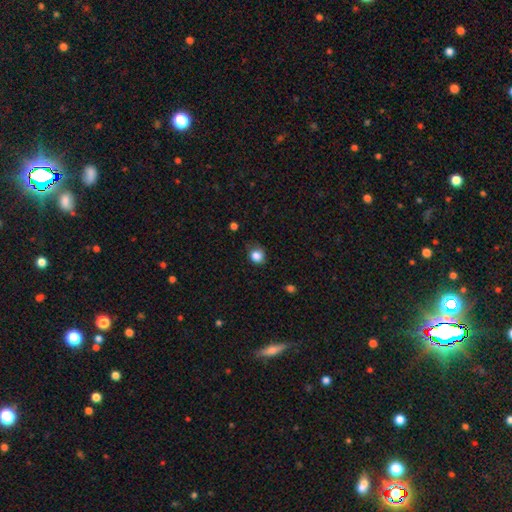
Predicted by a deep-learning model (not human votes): smooth 85%, star or artifact 11%, featured or disk 5%. Down the decision tree: how rounded — round (75%); merging — none (68%).